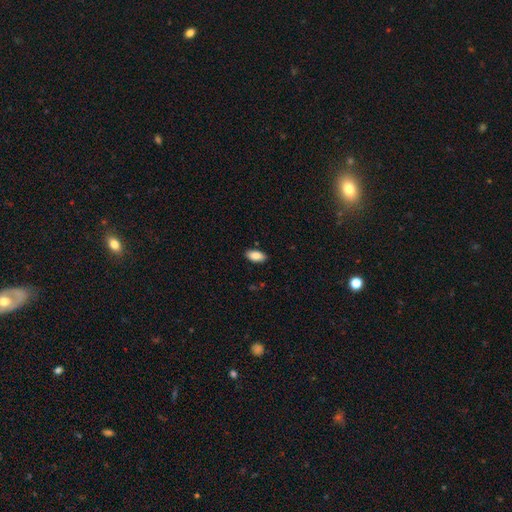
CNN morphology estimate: smooth_or_featured: smooth (p=0.87) [alt: star or artifact p=0.07]
how_rounded: in between (p=0.93) [alt: cigar-shaped p=0.05]
merging: none (p=0.88) [alt: minor disturbance p=0.09]